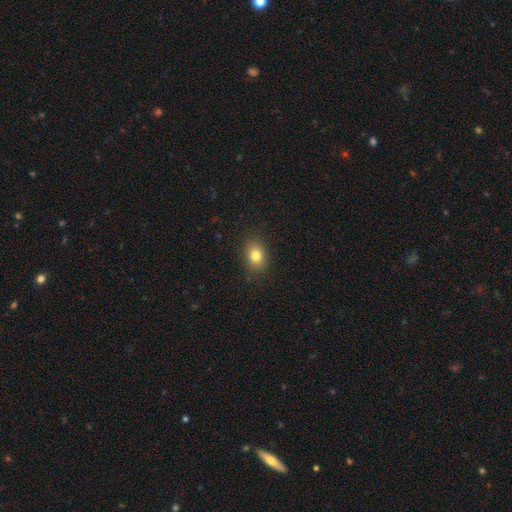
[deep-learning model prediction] Overall: smooth (81%). How rounded: in between (63%; round 36%). Merging: none (87%).